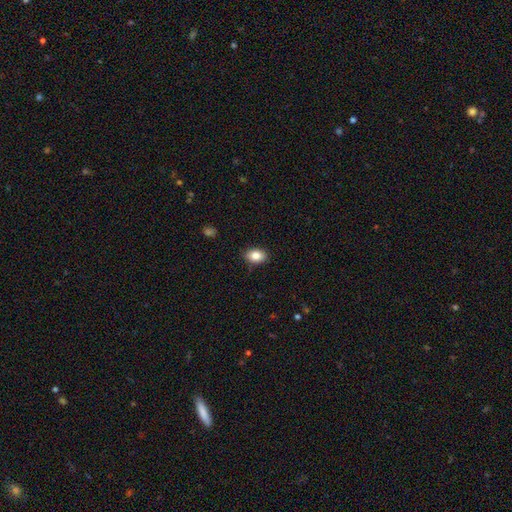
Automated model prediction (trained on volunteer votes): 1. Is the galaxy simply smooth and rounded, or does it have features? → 85% smooth, 8% star or artifact, 7% featured or disk.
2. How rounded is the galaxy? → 83% in between, 16% round, 1% cigar-shaped.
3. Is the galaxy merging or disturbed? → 87% none, 10% minor disturbance, 2% major disturbance, 1% merger.